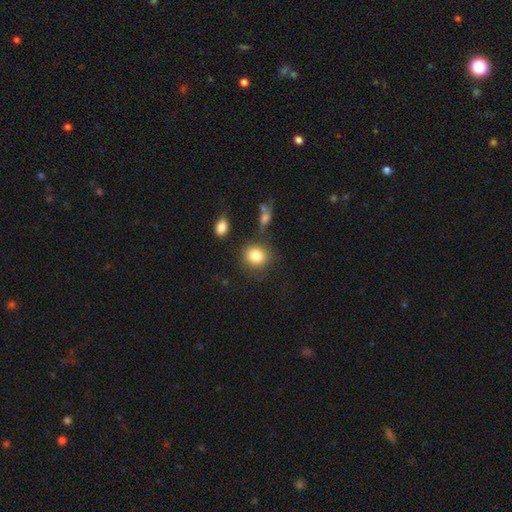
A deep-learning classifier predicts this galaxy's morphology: smooth 84%, star or artifact 9%, featured or disk 7%. Down the decision tree: how rounded — round (79%); merging — none (78%).